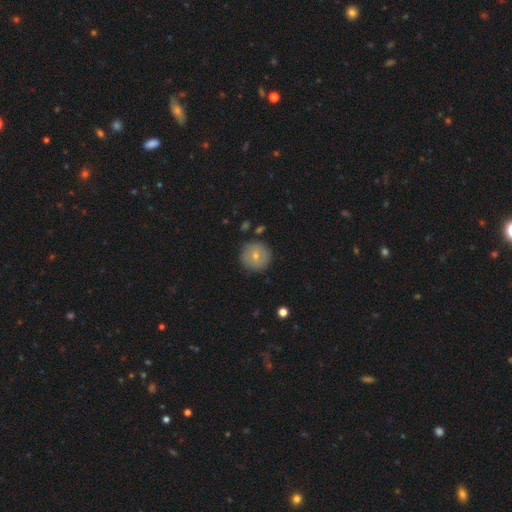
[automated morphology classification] Overall: smooth (69%). How rounded: round (94%). Merging: none (84%).